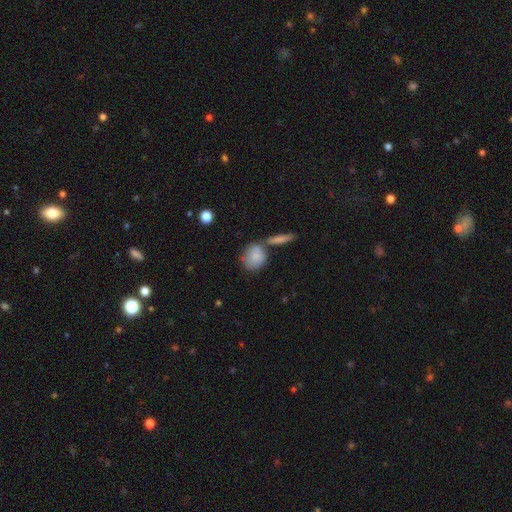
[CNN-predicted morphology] Smooth or featured?
  - smooth: 79% *
  - featured or disk: 14%
  - star or artifact: 7%
How rounded?
  - round: 62% *
  - in between: 35%
  - cigar-shaped: 3%
Merging?
  - none: 45% *
  - merger: 36%
  - minor disturbance: 14%
  - major disturbance: 5%